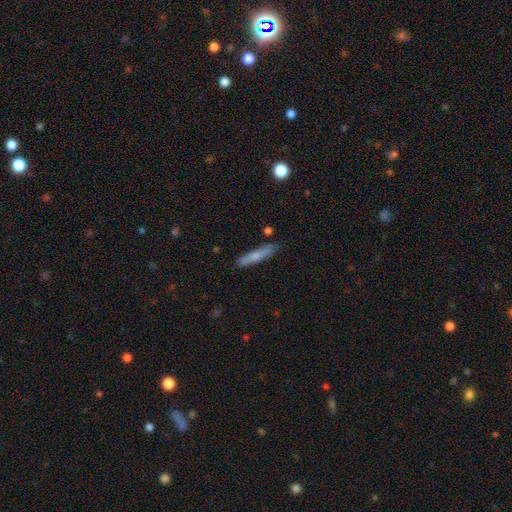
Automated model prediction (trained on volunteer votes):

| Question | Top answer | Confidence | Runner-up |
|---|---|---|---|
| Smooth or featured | smooth | 68% | featured or disk (26%) |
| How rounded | cigar-shaped | 91% | in between (8%) |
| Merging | none | 83% | minor disturbance (13%) |